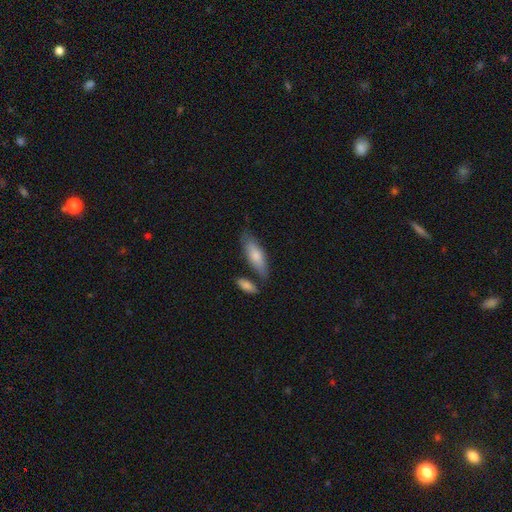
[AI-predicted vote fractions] Smooth or featured: smooth — 76% (featured or disk — 19%)
How rounded: in between — 61% (cigar-shaped — 37%)
Merging: none — 67% (minor disturbance — 19%)